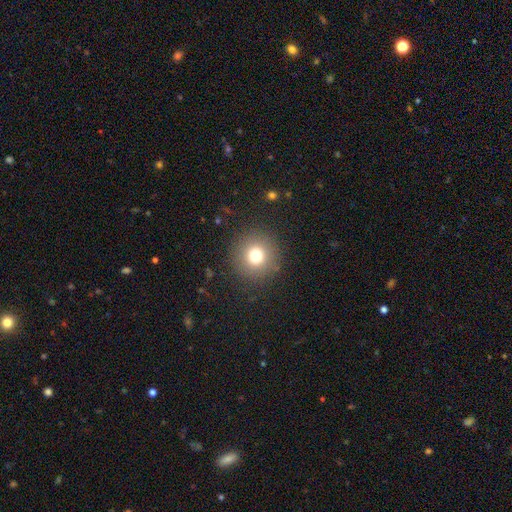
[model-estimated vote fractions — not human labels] smooth_or_featured: smooth (p=0.75) [alt: star or artifact p=0.14]
how_rounded: round (p=0.95) [alt: in between p=0.04]
merging: none (p=0.89) [alt: minor disturbance p=0.06]